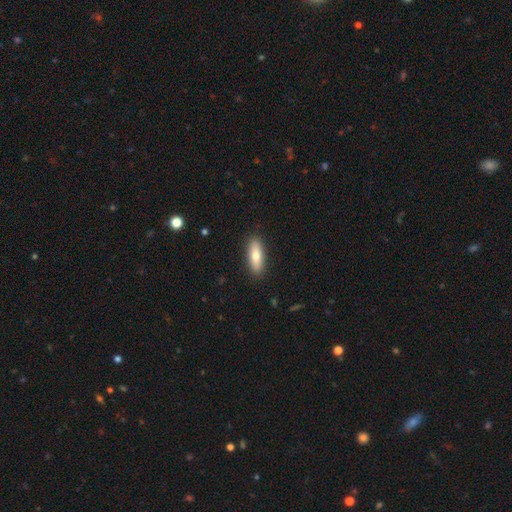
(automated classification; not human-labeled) This appears to be a smooth galaxy with no disk features (76%) that is in between round and cigar-shaped (60%). Merging: none (89%).